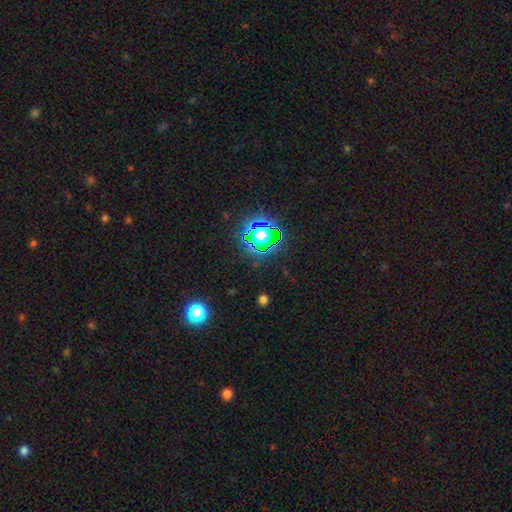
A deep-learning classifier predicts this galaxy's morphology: Smooth or featured? star or artifact (80%)